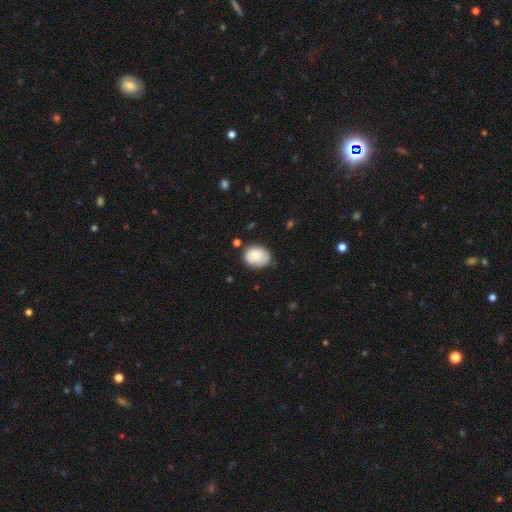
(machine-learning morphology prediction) smooth 81%, featured or disk 12%, star or artifact 7%. Down the decision tree: how rounded — in between (64%); merging — none (66%).